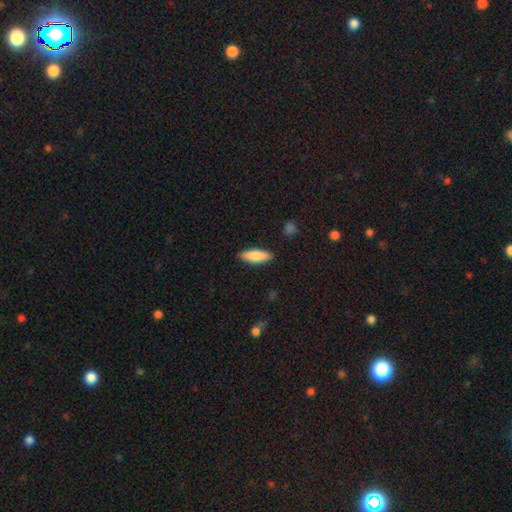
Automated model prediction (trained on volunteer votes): A smooth galaxy with no disk features (80%) that is in between round and cigar-shaped (56%). Merging: none (87%).